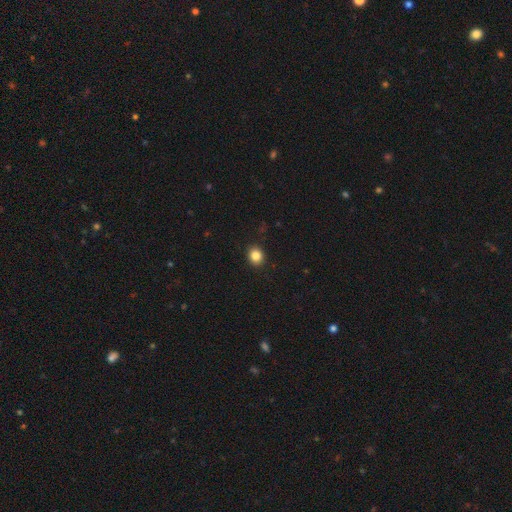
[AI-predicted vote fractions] A smooth galaxy with no disk features (85%) that is round (68%).

Vote fractions:
- Smooth or featured? smooth: 85% / star or artifact: 10% / featured or disk: 4%
- How rounded? round: 68% / in between: 31% / cigar-shaped: 1%
- Merging? none: 91% / minor disturbance: 6% / major disturbance: 2% / merger: 1%